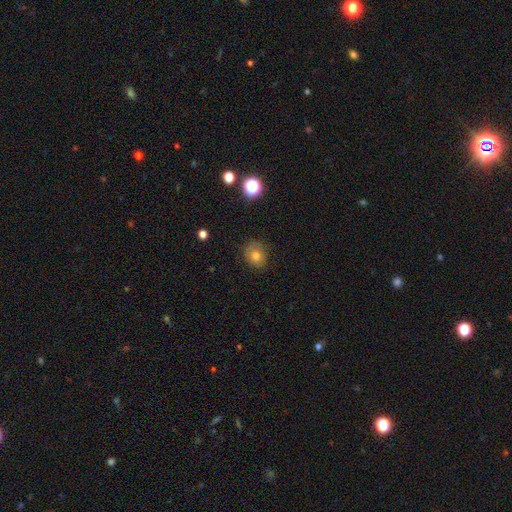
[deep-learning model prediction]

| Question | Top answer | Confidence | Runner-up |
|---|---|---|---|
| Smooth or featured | smooth | 73% | star or artifact (14%) |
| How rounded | round | 69% | in between (30%) |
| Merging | none | 77% | minor disturbance (17%) |